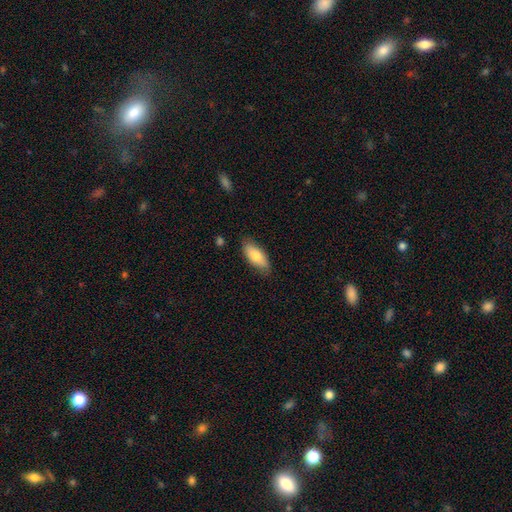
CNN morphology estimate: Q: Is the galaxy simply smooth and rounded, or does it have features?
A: smooth — 79%.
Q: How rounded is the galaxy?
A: in between — 83%.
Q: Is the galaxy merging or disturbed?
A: none — 81%.